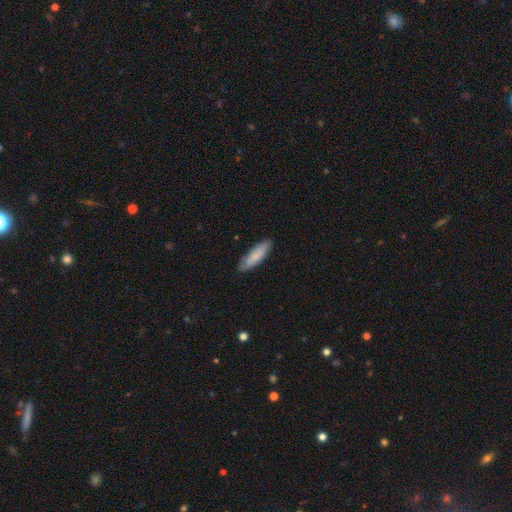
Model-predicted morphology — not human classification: A smooth galaxy with no disk features (79%) that is cigar-shaped (56%).

Vote fractions:
- Smooth or featured? smooth: 79% / featured or disk: 15% / star or artifact: 5%
- How rounded? cigar-shaped: 56% / in between: 42% / round: 1%
- Merging? none: 85% / minor disturbance: 12% / major disturbance: 2% / merger: 1%